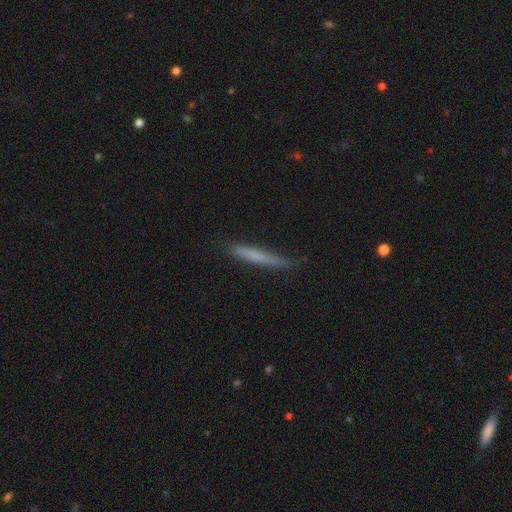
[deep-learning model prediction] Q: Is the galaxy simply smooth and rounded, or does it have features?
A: smooth — 65%.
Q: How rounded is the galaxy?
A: cigar-shaped — 96%.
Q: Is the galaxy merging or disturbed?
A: none — 79%.